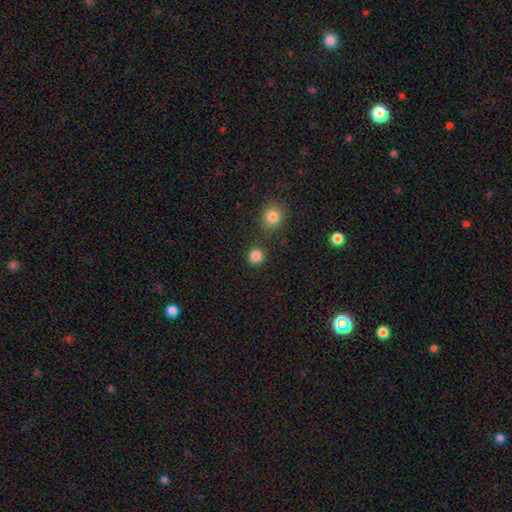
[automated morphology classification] type=smooth (85%); roundness=round (92%); merging=none (84%).